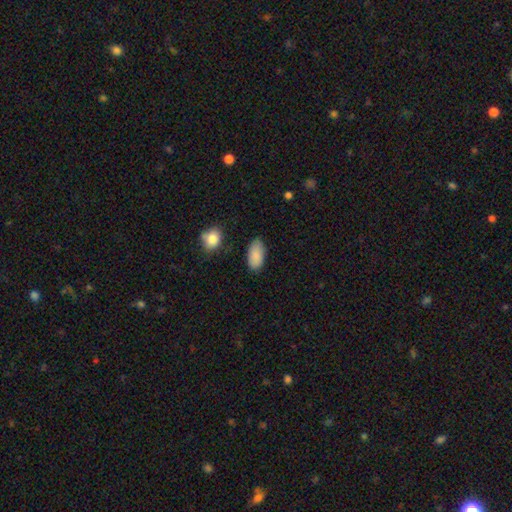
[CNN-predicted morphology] A smooth galaxy with no disk features (88%) that is in between round and cigar-shaped (94%). Merging: none (81%).